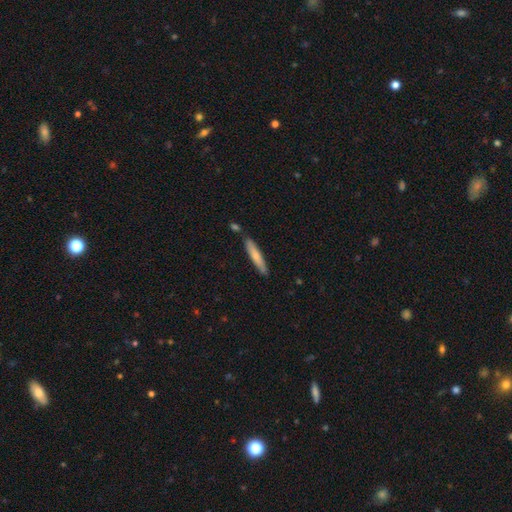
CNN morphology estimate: Overall: smooth (71%). How rounded: cigar-shaped (91%). Merging: none (81%).